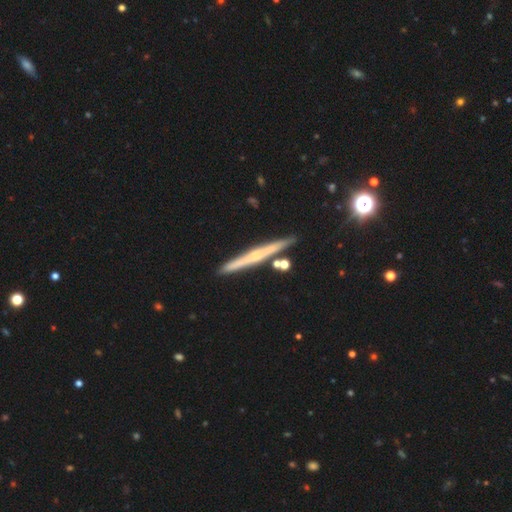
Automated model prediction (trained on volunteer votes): Q: Smooth or featured?
A: featured or disk (65%); runner-up: smooth (28%)
Q: Edge-on disk?
A: yes (97%); runner-up: no (3%)
Q: Edge-on bulge?
A: rounded (47%); runner-up: none (46%)
Q: Merging?
A: none (86%); runner-up: minor disturbance (8%)